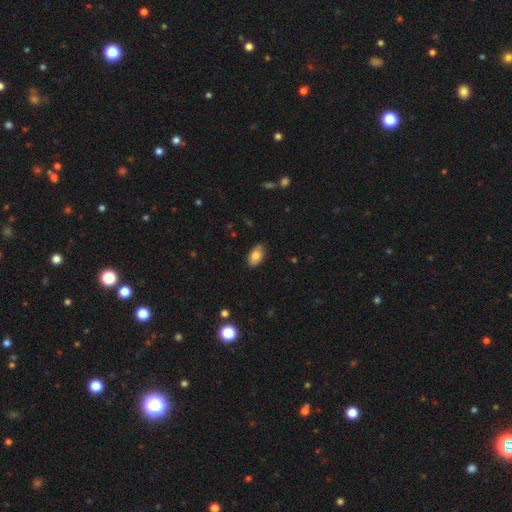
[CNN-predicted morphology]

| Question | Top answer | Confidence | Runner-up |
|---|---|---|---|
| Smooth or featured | smooth | 80% | featured or disk (12%) |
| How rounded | in between | 93% | round (5%) |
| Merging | none | 80% | minor disturbance (17%) |